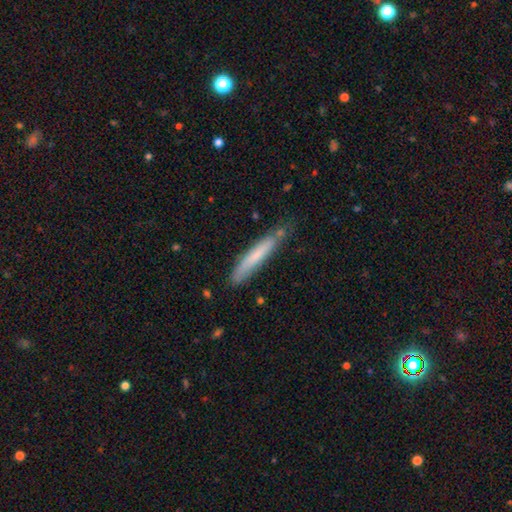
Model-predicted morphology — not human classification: The model was most divided on "smooth or featured": smooth: 68%, featured or disk: 26%, star or artifact: 6%. More confident: how rounded — cigar-shaped (94%); merging — none (73%).